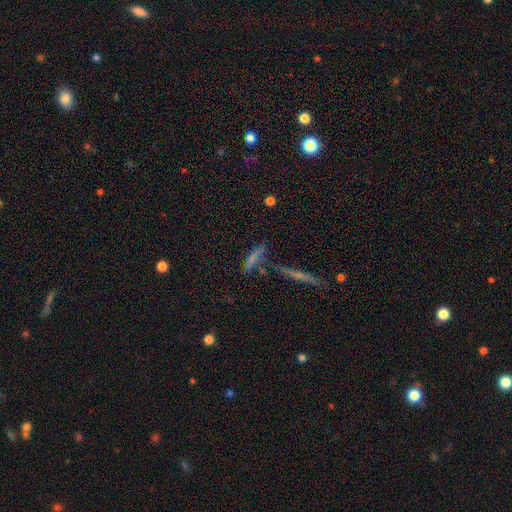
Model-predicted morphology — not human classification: This appears to be a smooth galaxy with no disk features (53%) that is cigar-shaped (79%). Merging: none (66%).